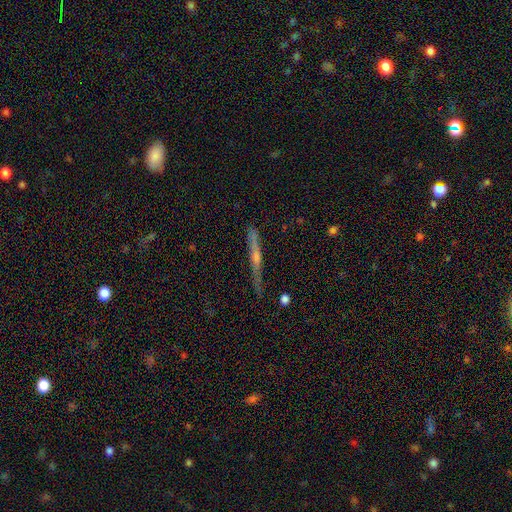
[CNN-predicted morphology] smooth_or_featured: featured or disk (p=0.71) [alt: smooth p=0.21]
disk_edge_on: yes (p=0.97) [alt: no p=0.03]
edge_on_bulge: rounded (p=0.74) [alt: none p=0.21]
merging: none (p=0.81) [alt: minor disturbance p=0.14]